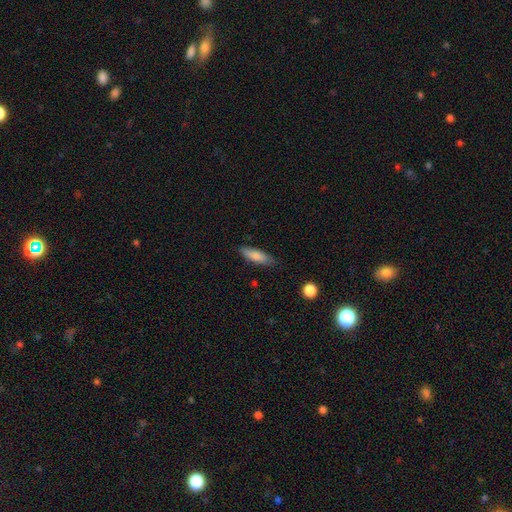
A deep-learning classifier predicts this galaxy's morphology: Smooth or featured: smooth — 81% (featured or disk — 13%)
How rounded: cigar-shaped — 56% (in between — 42%)
Merging: none — 83% (minor disturbance — 13%)